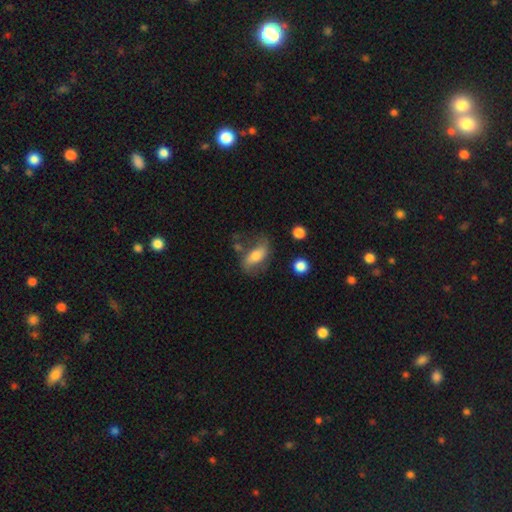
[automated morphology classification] type=smooth (53%); roundness=in between (80%); merging=none (58%).